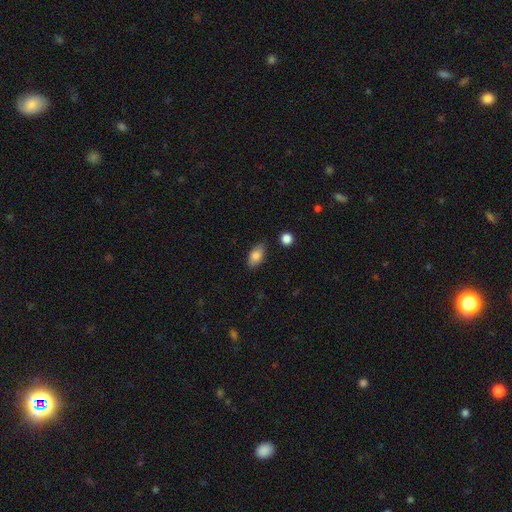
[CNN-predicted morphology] smooth-or-featured: smooth: 82% | featured or disk: 11% | star or artifact: 7%
  how-rounded: in between: 90% | round: 6% | cigar-shaped: 4%
  merging: none: 81% | minor disturbance: 14% | major disturbance: 3% | merger: 2%